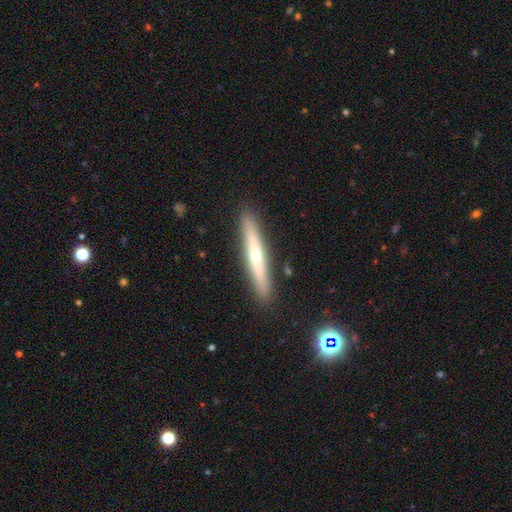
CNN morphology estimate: Q: Smooth or featured?
A: featured or disk (55%); runner-up: smooth (38%)
Q: Edge-on disk?
A: yes (91%); runner-up: no (9%)
Q: Edge-on bulge?
A: rounded (77%); runner-up: none (20%)
Q: Merging?
A: none (90%); runner-up: minor disturbance (7%)